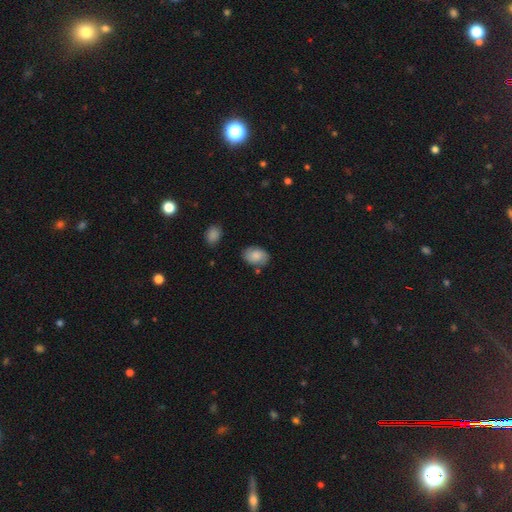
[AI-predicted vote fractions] A smooth galaxy with no disk features (80%) that is in between round and cigar-shaped (81%).

Vote fractions:
- Smooth or featured? smooth: 80% / featured or disk: 13% / star or artifact: 7%
- How rounded? in between: 81% / round: 18% / cigar-shaped: 1%
- Merging? none: 76% / minor disturbance: 17% / merger: 4% / major disturbance: 4%